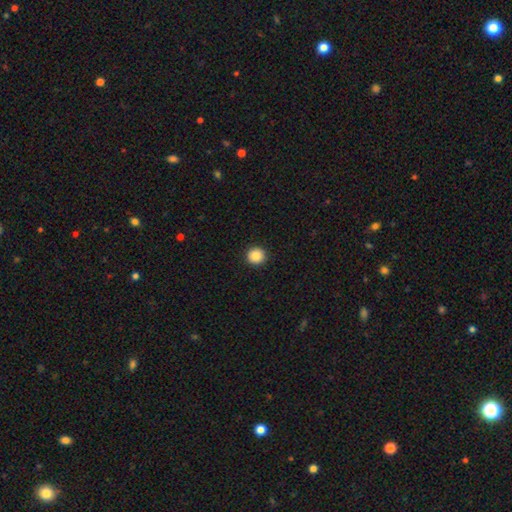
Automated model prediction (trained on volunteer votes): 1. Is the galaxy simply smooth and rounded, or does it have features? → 88% smooth, 9% star or artifact, 4% featured or disk.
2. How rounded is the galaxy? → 94% round, 5% in between, 1% cigar-shaped.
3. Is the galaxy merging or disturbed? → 93% none, 4% minor disturbance, 2% major disturbance, 1% merger.